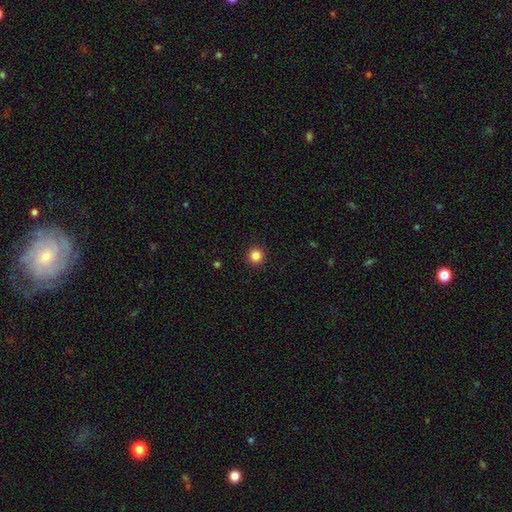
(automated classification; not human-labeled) Q: Smooth or featured?
A: smooth (86%); runner-up: star or artifact (11%)
Q: How rounded?
A: round (95%); runner-up: in between (4%)
Q: Merging?
A: none (94%); runner-up: minor disturbance (4%)